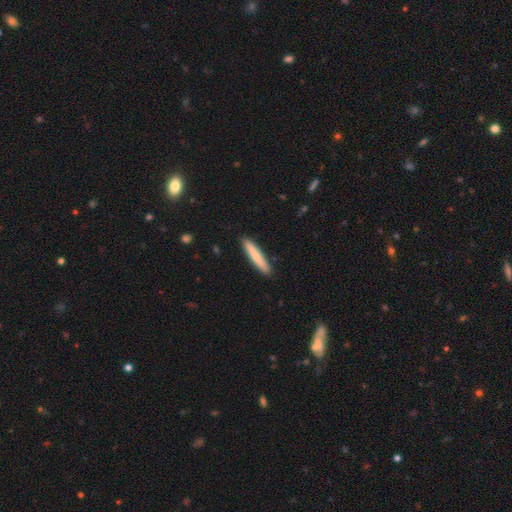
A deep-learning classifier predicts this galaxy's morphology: smooth-or-featured: smooth: 78% | featured or disk: 17% | star or artifact: 5%
  how-rounded: cigar-shaped: 92% | in between: 7% | round: 1%
  merging: none: 91% | minor disturbance: 7% | major disturbance: 1% | merger: 1%